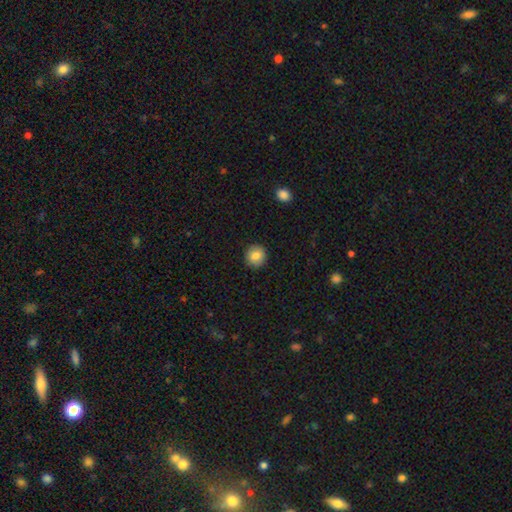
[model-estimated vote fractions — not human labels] Smooth or featured? smooth (85%)
How rounded? round (92%)
Merging? none (92%)